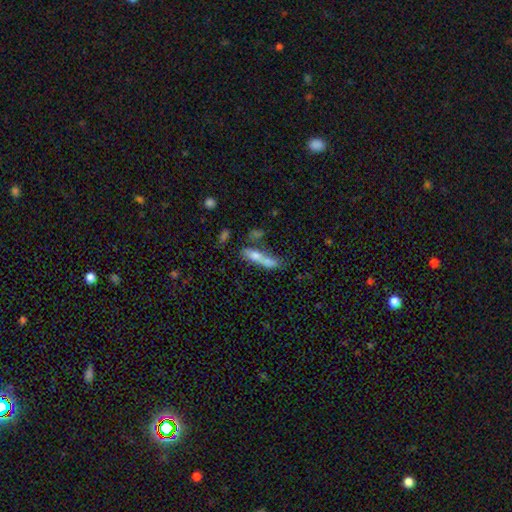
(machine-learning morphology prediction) smooth-or-featured: smooth: 55% | featured or disk: 34% | star or artifact: 11%
  how-rounded: cigar-shaped: 66% | in between: 30% | round: 4%
  merging: merger: 44% | none: 33% | minor disturbance: 14% | major disturbance: 10%